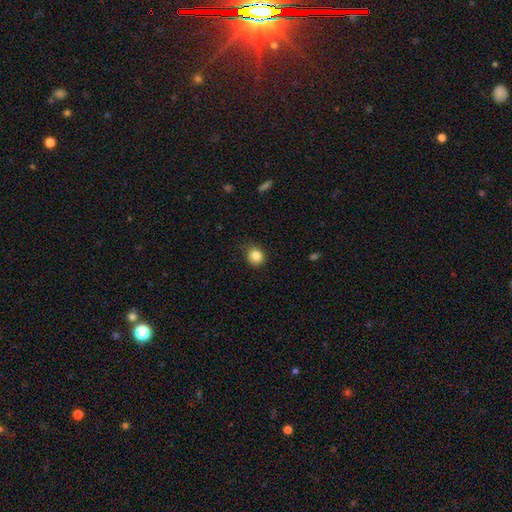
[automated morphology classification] Smooth or featured? smooth (86%)
How rounded? round (76%)
Merging? none (80%)